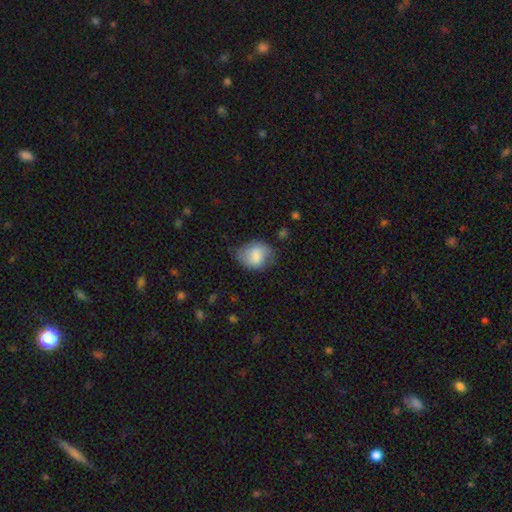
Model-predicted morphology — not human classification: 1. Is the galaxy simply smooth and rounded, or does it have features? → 70% smooth, 22% featured or disk, 7% star or artifact.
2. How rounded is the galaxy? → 53% in between, 46% round, 1% cigar-shaped.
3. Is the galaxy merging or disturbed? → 59% none, 30% minor disturbance, 10% major disturbance, 2% merger.